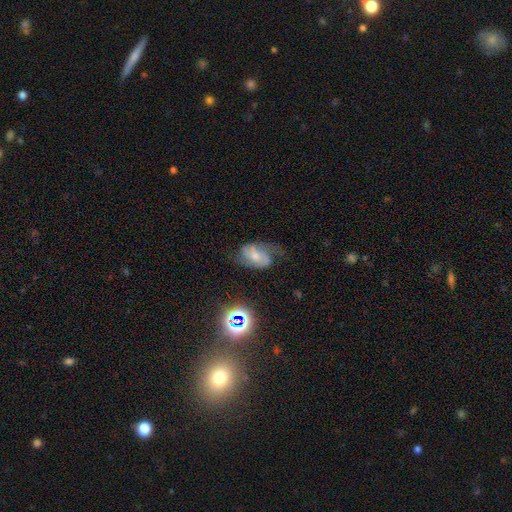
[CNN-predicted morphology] A featured or disk galaxy (62%) with no bar (51%), 2 (72%) medium (44%) spiral arms (87%) and a moderate central bulge (45%). Merging: none (46%).